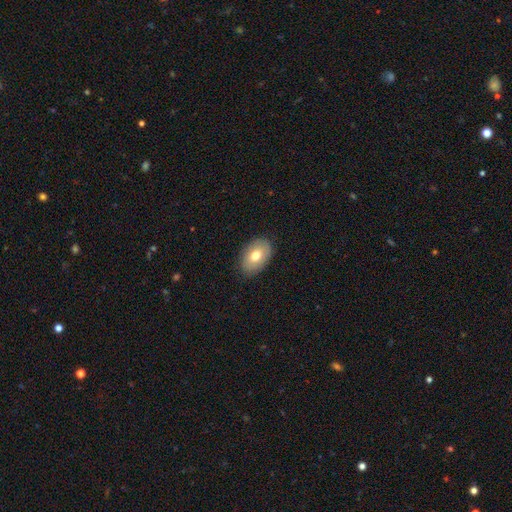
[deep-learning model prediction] This is likely a smooth galaxy (70%). How rounded: clearly in between (87%). Merging: clearly none (86%).